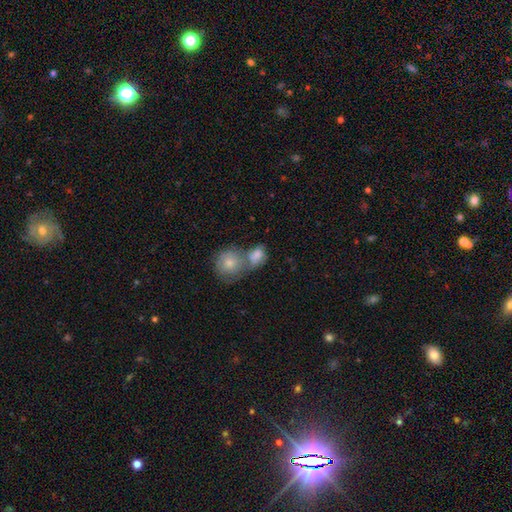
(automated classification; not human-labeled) Q: Smooth or featured?
A: smooth (70%); runner-up: featured or disk (22%)
Q: How rounded?
A: in between (62%); runner-up: round (36%)
Q: Merging?
A: merger (61%); runner-up: none (23%)